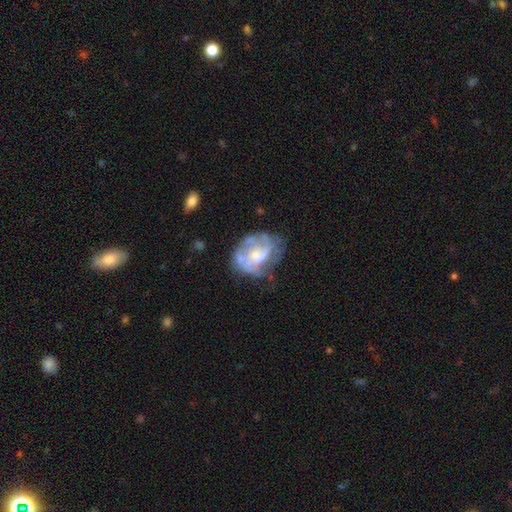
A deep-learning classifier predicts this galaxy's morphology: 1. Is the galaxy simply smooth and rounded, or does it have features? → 67% featured or disk, 25% smooth, 8% star or artifact.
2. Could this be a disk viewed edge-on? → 98% no, 2% yes.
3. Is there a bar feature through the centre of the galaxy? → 74% no, 22% weak, 4% strong.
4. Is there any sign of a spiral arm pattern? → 52% no, 48% yes.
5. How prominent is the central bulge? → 46% small, 40% moderate, 9% none, 4% large, 1% dominant.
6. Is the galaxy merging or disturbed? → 42% none, 27% minor disturbance, 25% major disturbance, 6% merger.